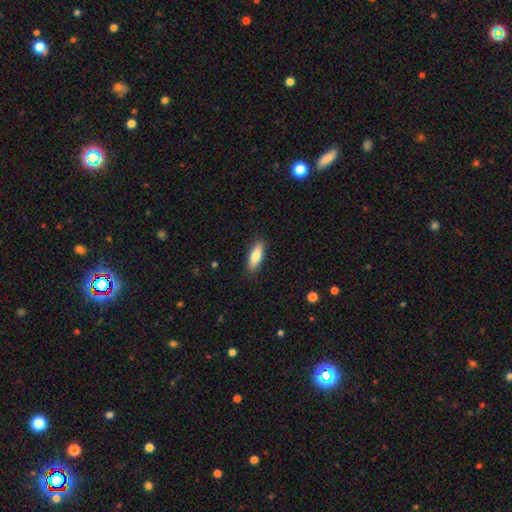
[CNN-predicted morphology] Smooth or featured? smooth (77%)
How rounded? in between (58%)
Merging? none (88%)